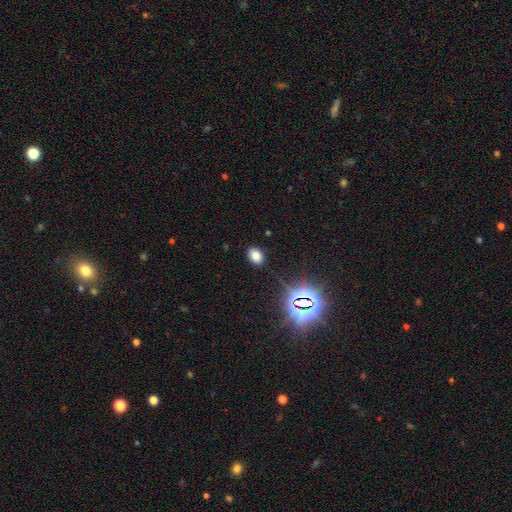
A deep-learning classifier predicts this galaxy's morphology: smooth-or-featured: smooth: 74% | star or artifact: 19% | featured or disk: 6%
  how-rounded: in between: 78% | round: 21% | cigar-shaped: 1%
  merging: none: 87% | minor disturbance: 9% | major disturbance: 3% | merger: 1%